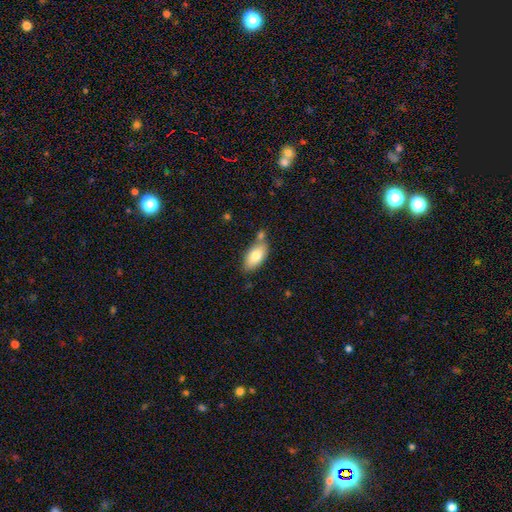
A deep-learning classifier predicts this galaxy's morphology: smooth-or-featured: smooth: 77% | featured or disk: 16% | star or artifact: 7%
  how-rounded: in between: 91% | cigar-shaped: 6% | round: 3%
  merging: none: 64% | minor disturbance: 17% | merger: 16% | major disturbance: 4%